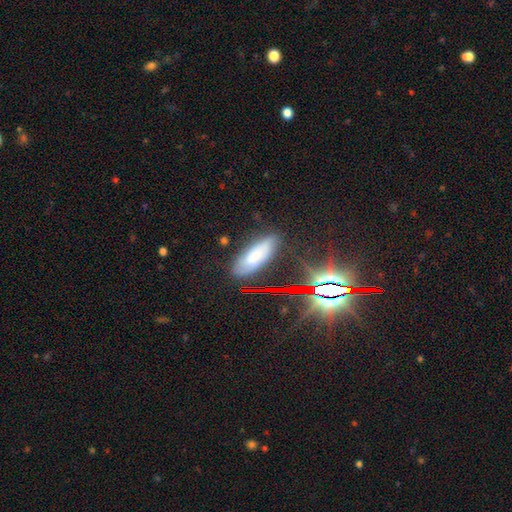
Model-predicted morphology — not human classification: Smooth or featured?
  - smooth: 55% *
  - featured or disk: 25%
  - star or artifact: 20%
How rounded?
  - in between: 66% *
  - cigar-shaped: 31%
  - round: 3%
Merging?
  - none: 77% *
  - minor disturbance: 17%
  - major disturbance: 5%
  - merger: 2%